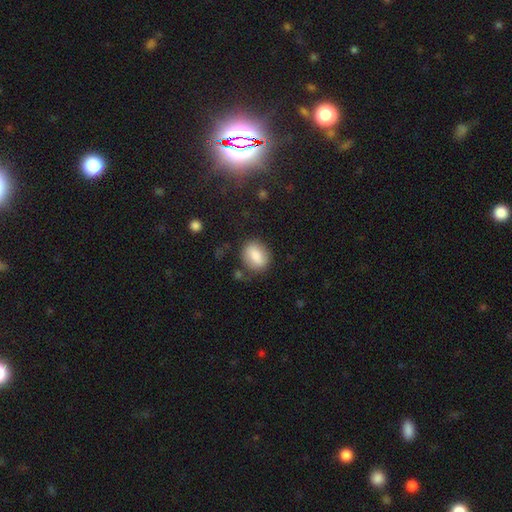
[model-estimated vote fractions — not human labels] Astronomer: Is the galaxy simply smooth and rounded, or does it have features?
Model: smooth — 81%.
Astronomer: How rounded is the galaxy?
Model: in between — 57% (runner-up: round, 41%).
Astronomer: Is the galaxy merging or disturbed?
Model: none — 75%.